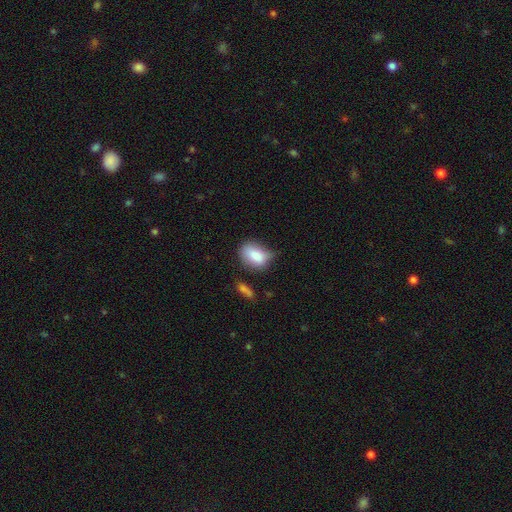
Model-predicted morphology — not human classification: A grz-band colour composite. It shows a smooth galaxy with no disk features (82%) that is in between round and cigar-shaped (79%). Merging: none (50%).